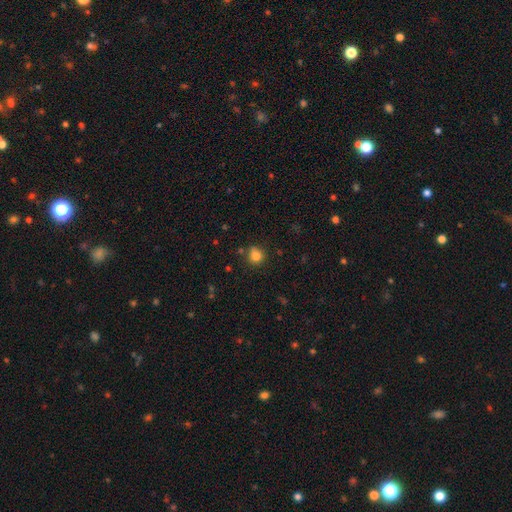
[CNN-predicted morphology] Smooth or featured? Predicted: smooth (p=0.83). How rounded? Predicted: round (p=0.83). Merging? Predicted: none (p=0.76).